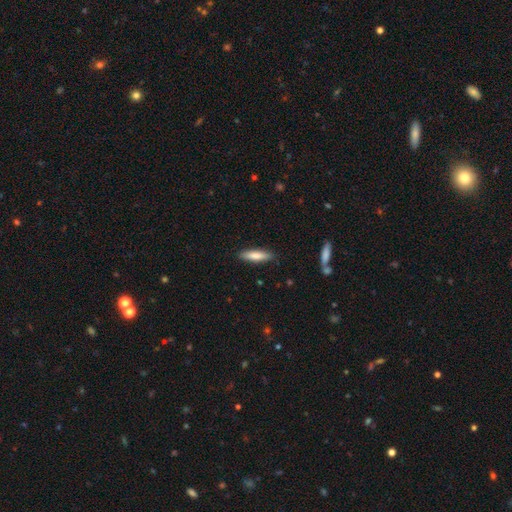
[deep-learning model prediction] Overall: smooth (79%). How rounded: cigar-shaped (72%). Merging: none (88%).